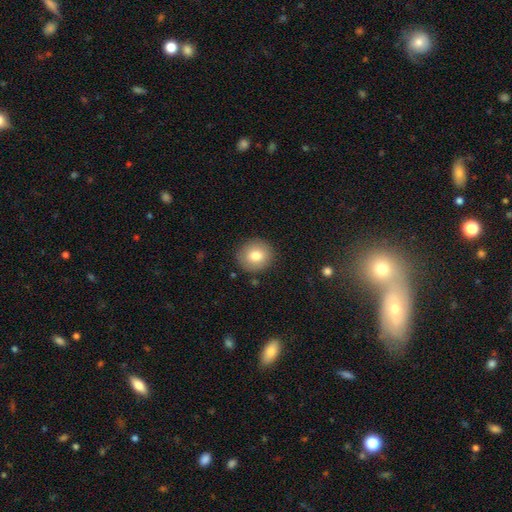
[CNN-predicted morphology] smooth_or_featured: smooth (p=0.79) [alt: featured or disk p=0.12]
how_rounded: round (p=0.88) [alt: in between p=0.11]
merging: none (p=0.88) [alt: minor disturbance p=0.08]